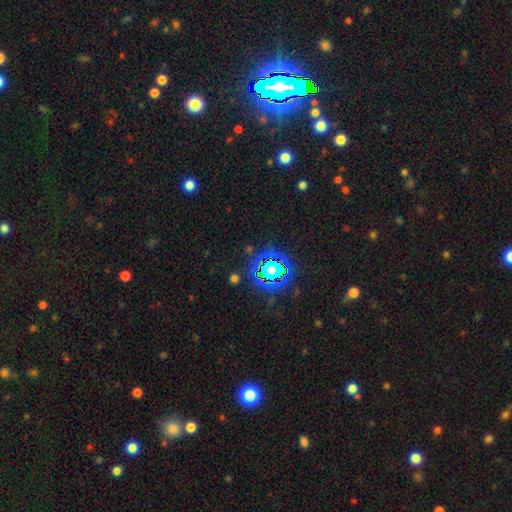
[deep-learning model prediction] A star or artifact, not a galaxy (80%).